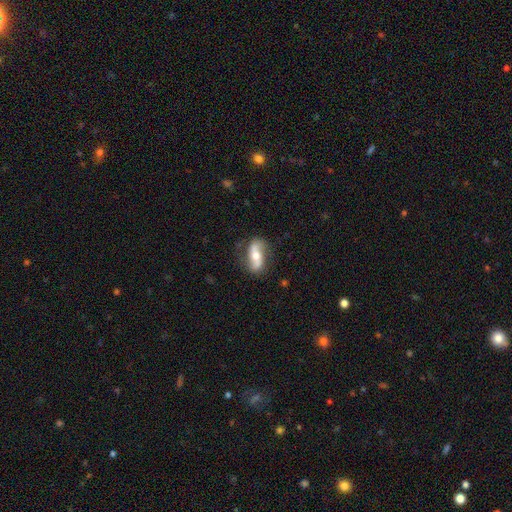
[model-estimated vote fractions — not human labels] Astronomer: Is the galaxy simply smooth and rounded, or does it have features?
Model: featured or disk — 64%.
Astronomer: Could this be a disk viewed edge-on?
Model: no — 84%.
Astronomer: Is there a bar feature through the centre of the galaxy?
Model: no — 46% (runner-up: strong, 30%).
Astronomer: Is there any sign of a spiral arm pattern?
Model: yes — 80%.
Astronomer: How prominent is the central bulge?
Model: moderate — 69%.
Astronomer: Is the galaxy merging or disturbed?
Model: none — 76%.